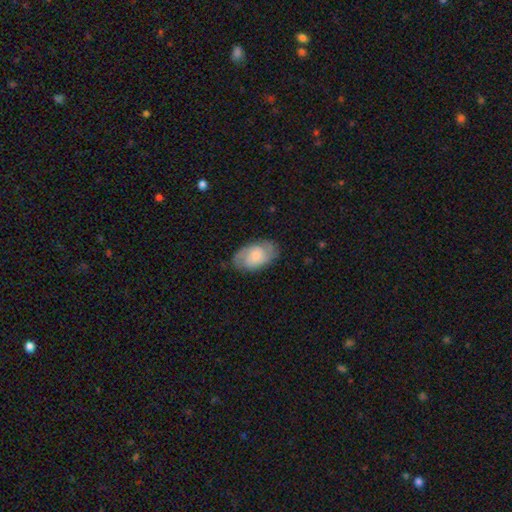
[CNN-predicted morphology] This appears to be a featured or disk galaxy (51%). Merging: none (75%).